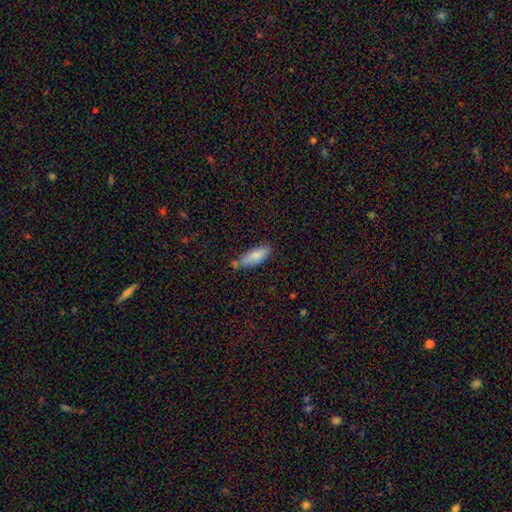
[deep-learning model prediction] Smooth or featured? smooth (83%)
How rounded? in between (71%)
Merging? none (63%)